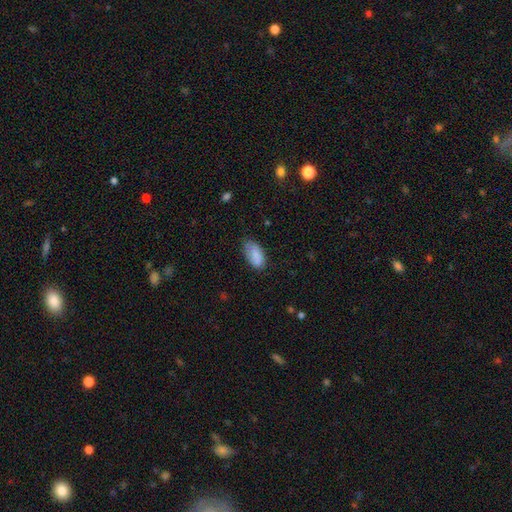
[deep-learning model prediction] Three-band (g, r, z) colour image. It shows a smooth galaxy with no disk features (85%) that is in between round and cigar-shaped (93%). Merging: none (67%).